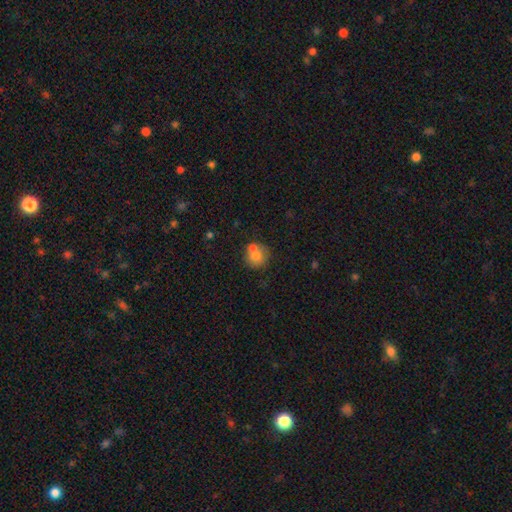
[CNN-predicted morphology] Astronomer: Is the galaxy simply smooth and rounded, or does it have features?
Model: smooth — 74%.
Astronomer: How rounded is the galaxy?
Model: round — 85%.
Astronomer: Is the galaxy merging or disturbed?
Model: none — 51% (runner-up: merger, 32%).